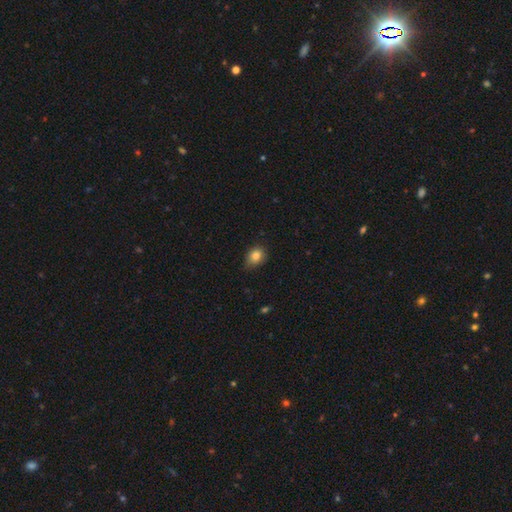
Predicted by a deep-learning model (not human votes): smooth-or-featured: smooth: 83% | star or artifact: 10% | featured or disk: 7%
  how-rounded: round: 51% | in between: 48% | cigar-shaped: 1%
  merging: none: 64% | minor disturbance: 30% | major disturbance: 4% | merger: 1%